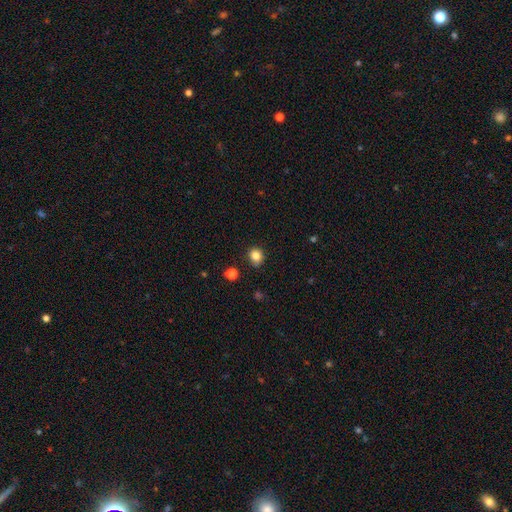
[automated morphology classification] Smooth or featured? smooth (82%)
How rounded? round (80%)
Merging? none (78%)